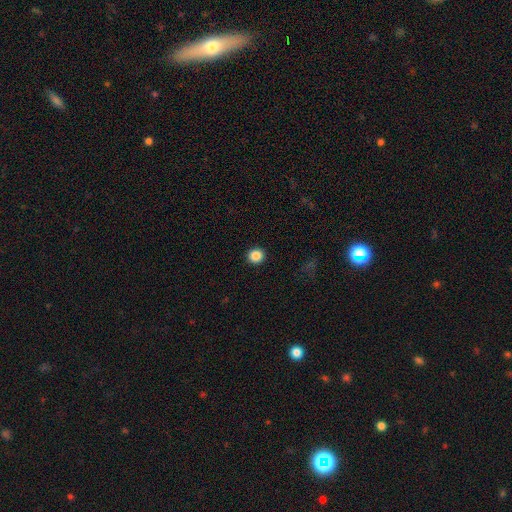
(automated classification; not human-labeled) Smooth or featured?
  - smooth: 87% *
  - star or artifact: 10%
  - featured or disk: 3%
How rounded?
  - round: 92% *
  - in between: 7%
  - cigar-shaped: 1%
Merging?
  - none: 93% *
  - minor disturbance: 4%
  - major disturbance: 2%
  - merger: 1%